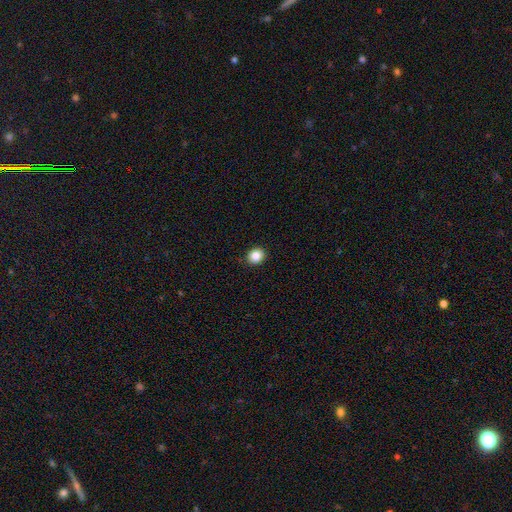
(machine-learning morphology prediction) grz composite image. It shows a smooth galaxy with no disk features (86%) that is round (77%). Merging: none (92%).